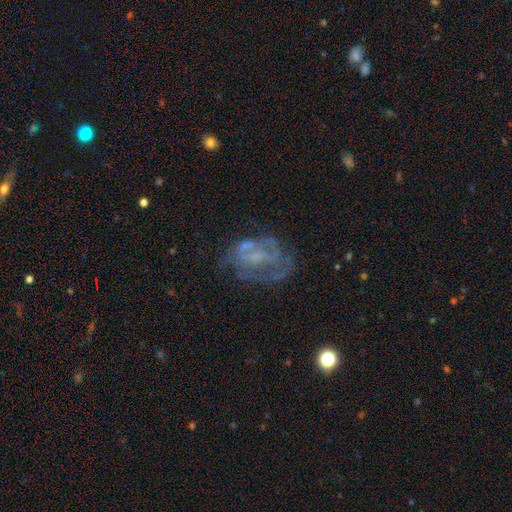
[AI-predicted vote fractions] smooth-or-featured: featured or disk: 62% | smooth: 23% | star or artifact: 15%
  disk-edge-on: no: 97% | yes: 3%
    bar: no: 63% | weak: 29% | strong: 9%
    has-spiral-arms: no: 59% | yes: 41%
    bulge-size: none: 46% | small: 31% | moderate: 19% | large: 3% | dominant: 1%
  merging: none: 43% | major disturbance: 30% | minor disturbance: 22% | merger: 5%